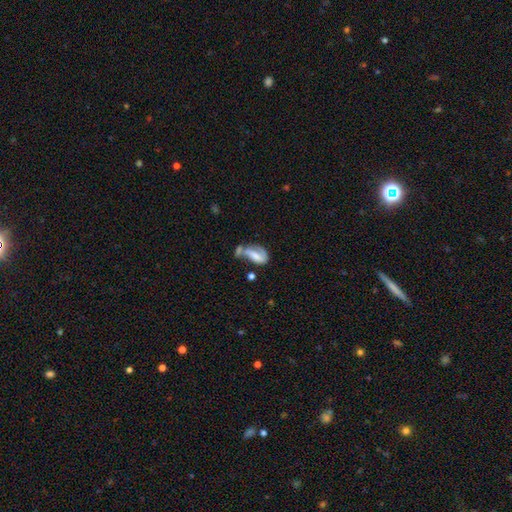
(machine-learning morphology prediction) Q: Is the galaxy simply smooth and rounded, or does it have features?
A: featured or disk — 50%.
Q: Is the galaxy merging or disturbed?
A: merger — 32%.